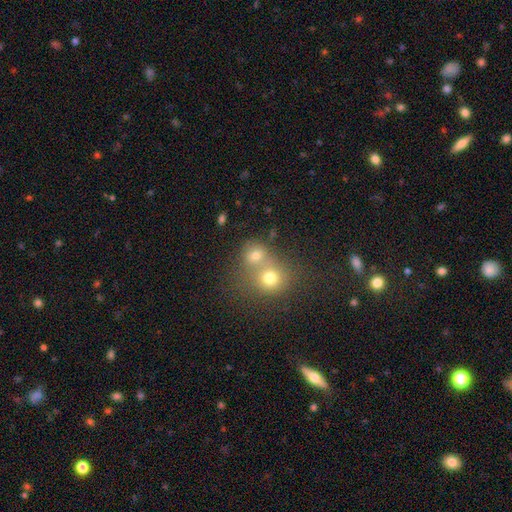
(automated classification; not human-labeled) smooth 69%, star or artifact 17%, featured or disk 14%. Down the decision tree: how rounded — round (77%); merging — merger (56%).